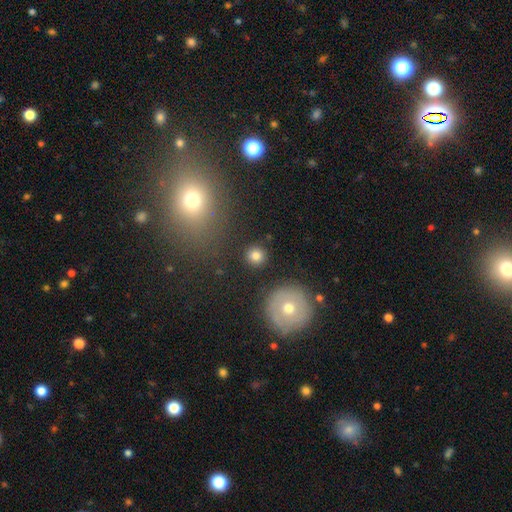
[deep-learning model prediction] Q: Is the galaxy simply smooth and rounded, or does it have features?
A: smooth — 81%.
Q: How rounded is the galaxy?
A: round — 92%.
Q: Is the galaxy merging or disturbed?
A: none — 89%.